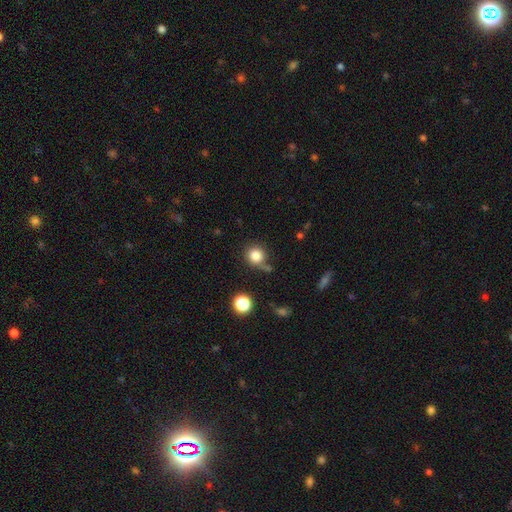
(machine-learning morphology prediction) Smooth or featured? Predicted: smooth (p=0.82). How rounded? Predicted: round (p=0.91). Merging? Predicted: none (p=0.71).